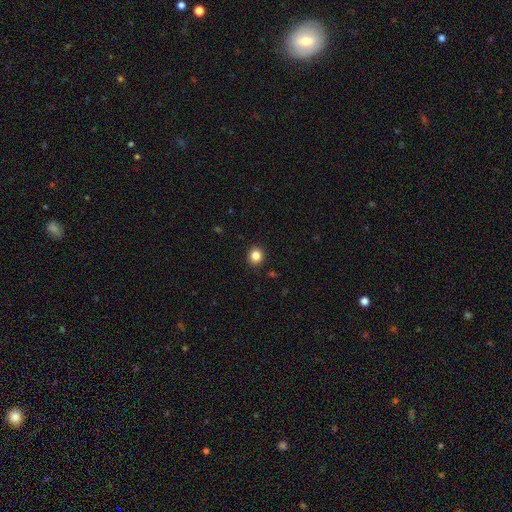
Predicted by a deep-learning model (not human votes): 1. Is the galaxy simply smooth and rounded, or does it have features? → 84% smooth, 11% star or artifact, 5% featured or disk.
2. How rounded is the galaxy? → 90% round, 9% in between, 1% cigar-shaped.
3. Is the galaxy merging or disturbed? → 92% none, 5% minor disturbance, 2% major disturbance, 1% merger.